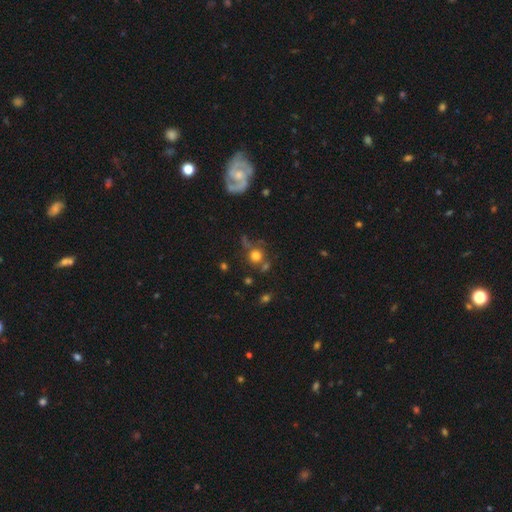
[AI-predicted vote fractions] This appears to be a smooth galaxy with no disk features (70%) that is round (90%). Merging: none (63%).